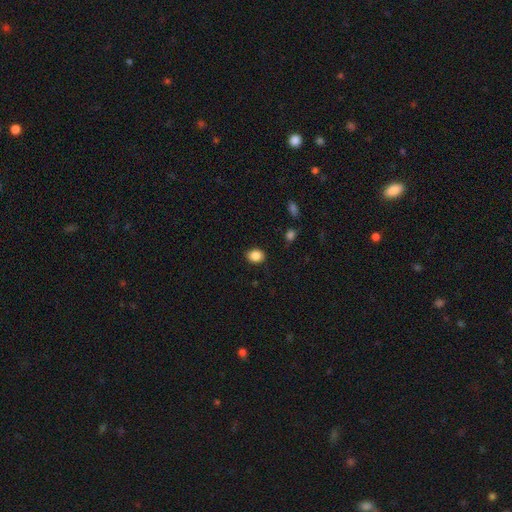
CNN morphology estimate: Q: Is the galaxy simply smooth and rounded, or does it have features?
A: smooth — 87%.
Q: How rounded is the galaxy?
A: in between — 54%.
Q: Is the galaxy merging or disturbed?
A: none — 87%.